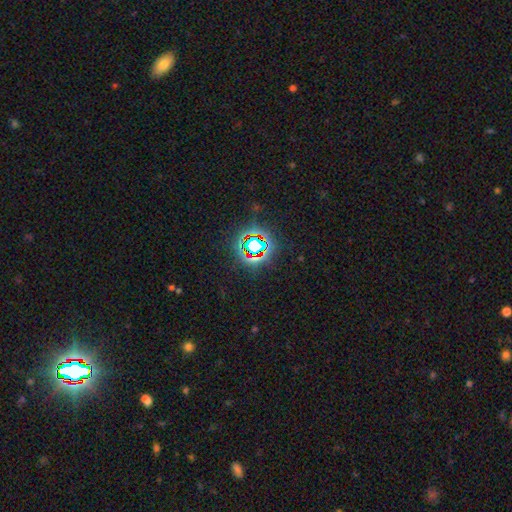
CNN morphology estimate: Smooth or featured?
  - star or artifact: 74% *
  - smooth: 16%
  - featured or disk: 10%